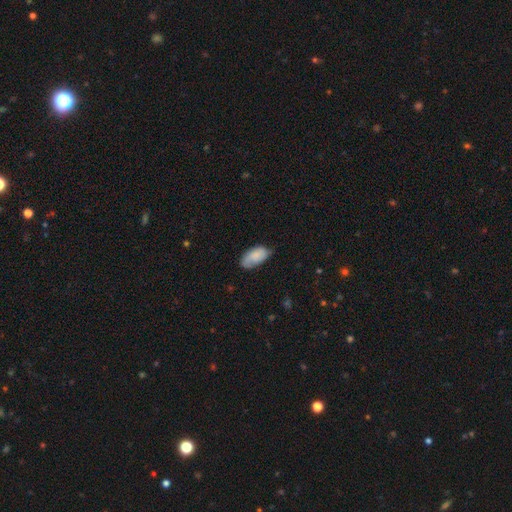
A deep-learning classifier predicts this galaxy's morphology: smooth-or-featured: smooth: 79% | featured or disk: 15% | star or artifact: 6%
  how-rounded: in between: 94% | cigar-shaped: 3% | round: 3%
  merging: none: 61% | minor disturbance: 31% | major disturbance: 7% | merger: 1%